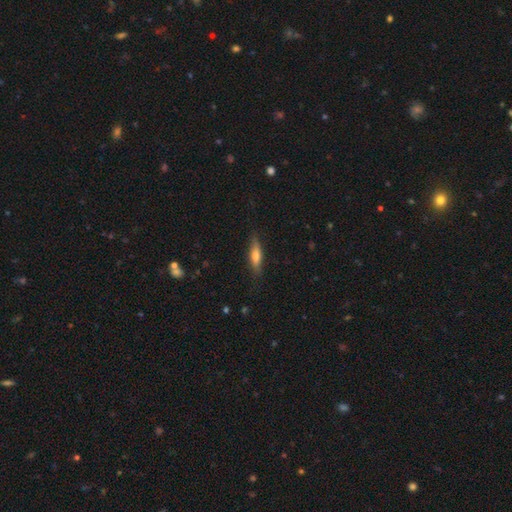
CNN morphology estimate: smooth_or_featured: smooth (p=0.60) [alt: featured or disk p=0.34]
how_rounded: cigar-shaped (p=0.67) [alt: in between p=0.30]
merging: none (p=0.82) [alt: minor disturbance p=0.14]